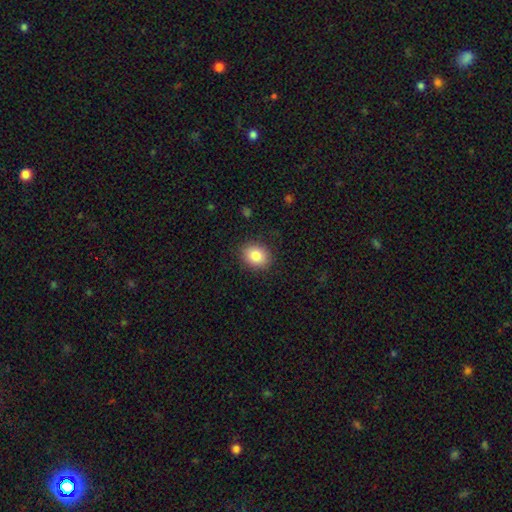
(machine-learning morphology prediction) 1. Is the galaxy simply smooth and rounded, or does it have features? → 84% smooth, 9% star or artifact, 7% featured or disk.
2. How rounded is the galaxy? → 53% round, 46% in between, 1% cigar-shaped.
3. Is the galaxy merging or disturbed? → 87% none, 9% minor disturbance, 3% major disturbance, 1% merger.